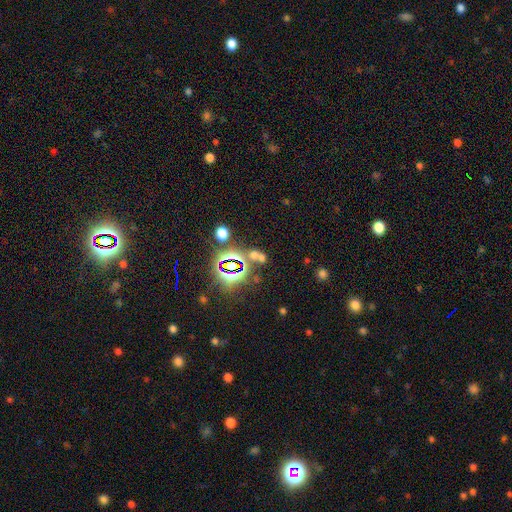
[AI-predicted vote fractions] The model was most divided on "smooth or featured": star or artifact: 53%, smooth: 36%, featured or disk: 11%.